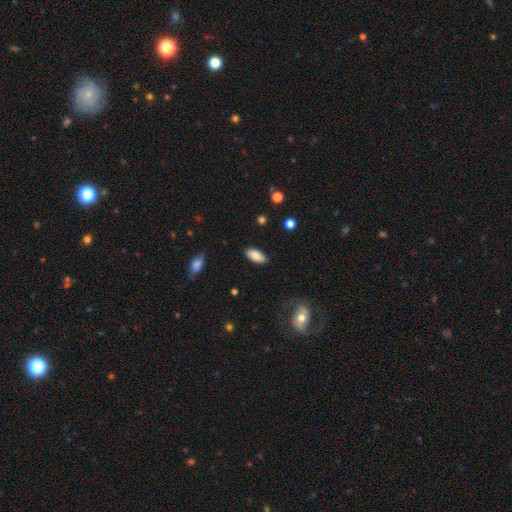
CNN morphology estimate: Smooth or featured?
  - smooth: 82% *
  - featured or disk: 12%
  - star or artifact: 7%
How rounded?
  - in between: 88% *
  - cigar-shaped: 10%
  - round: 2%
Merging?
  - none: 85% *
  - minor disturbance: 11%
  - major disturbance: 2%
  - merger: 1%